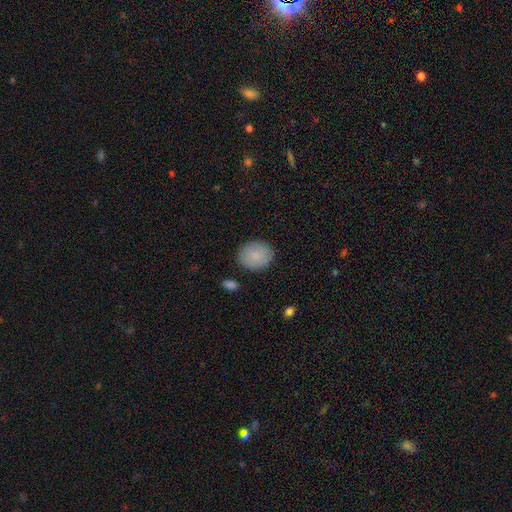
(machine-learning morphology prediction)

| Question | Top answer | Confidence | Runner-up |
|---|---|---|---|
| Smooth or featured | smooth | 87% | star or artifact (7%) |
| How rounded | round | 70% | in between (29%) |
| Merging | none | 86% | minor disturbance (9%) |